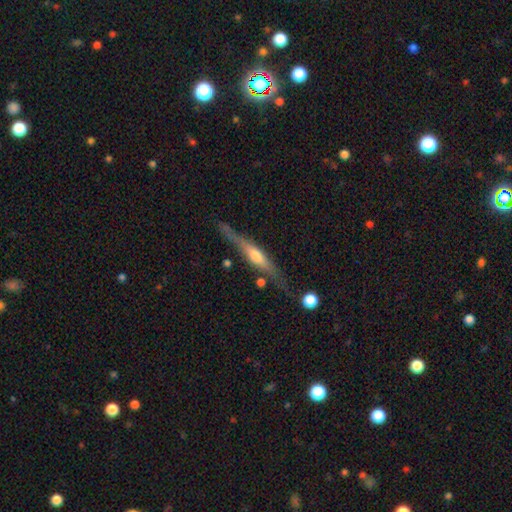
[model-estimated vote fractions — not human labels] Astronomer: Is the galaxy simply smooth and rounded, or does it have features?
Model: featured or disk — 73%.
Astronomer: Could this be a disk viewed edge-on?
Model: yes — 96%.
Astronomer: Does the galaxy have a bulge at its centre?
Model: rounded — 83%.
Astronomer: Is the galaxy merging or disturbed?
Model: none — 77%.